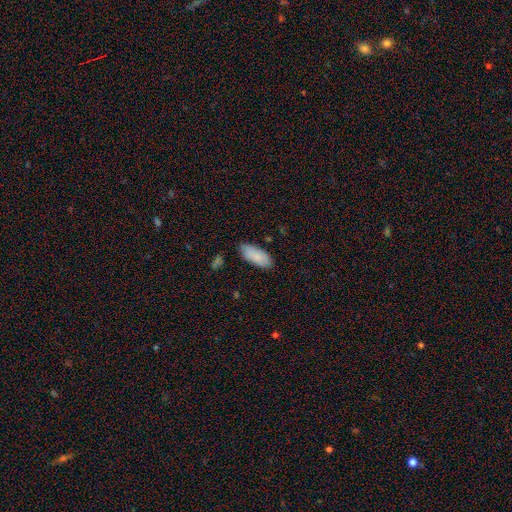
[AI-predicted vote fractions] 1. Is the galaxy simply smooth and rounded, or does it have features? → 87% smooth, 8% featured or disk, 6% star or artifact.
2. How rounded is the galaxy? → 87% in between, 11% cigar-shaped, 2% round.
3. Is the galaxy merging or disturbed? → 82% none, 14% minor disturbance, 3% major disturbance, 2% merger.